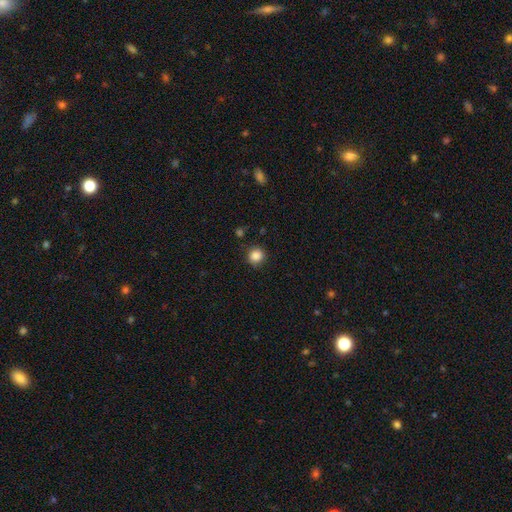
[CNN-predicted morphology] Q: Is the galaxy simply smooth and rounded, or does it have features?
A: smooth — 86%.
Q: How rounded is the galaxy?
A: round — 90%.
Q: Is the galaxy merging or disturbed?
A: none — 85%.